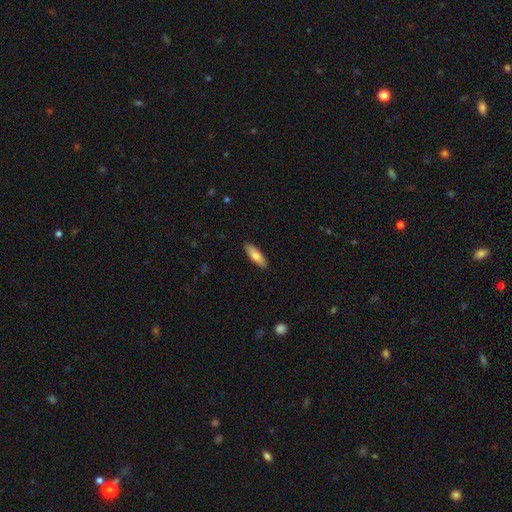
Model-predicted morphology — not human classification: Smooth or featured: smooth — 75% (featured or disk — 19%)
How rounded: in between — 55% (cigar-shaped — 43%)
Merging: none — 90% (minor disturbance — 8%)